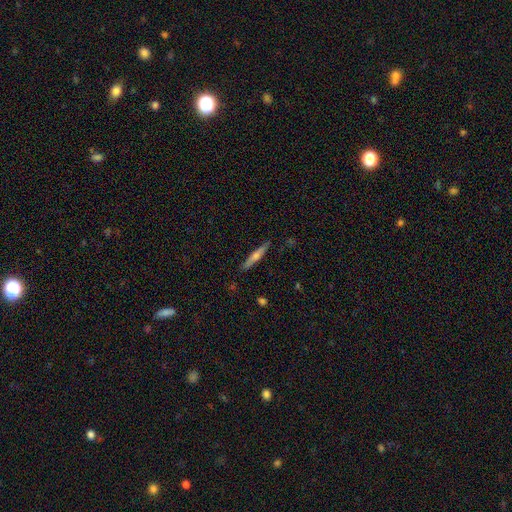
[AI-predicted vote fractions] Smooth or featured? featured or disk (60%)
Edge-on disk? yes (97%)
Edge-on bulge? rounded (78%)
Merging? none (89%)